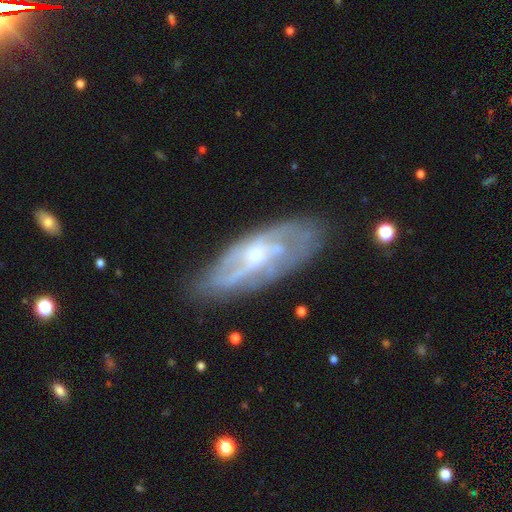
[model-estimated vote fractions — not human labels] A featured or disk galaxy (75%) with no bar (57%), spiral arms (78%) and a small central bulge (62%). Merging: none (72%).